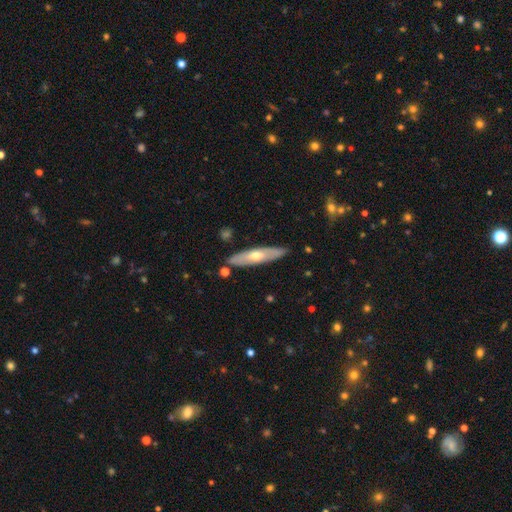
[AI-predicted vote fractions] This appears to be a featured or disk galaxy (53%) viewed edge-on (66%). Merging: none (86%).